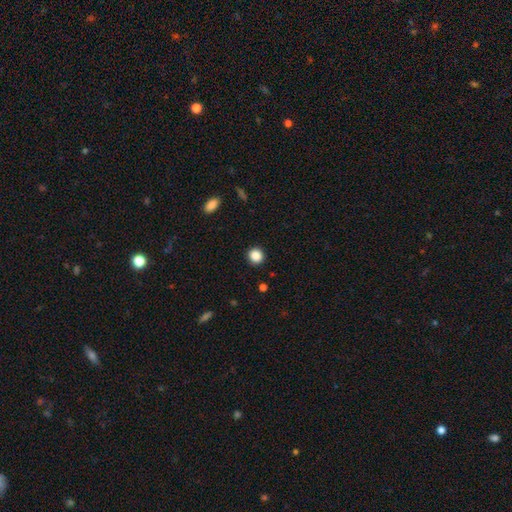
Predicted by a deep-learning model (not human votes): Smooth or featured? smooth (87%)
How rounded? round (92%)
Merging? none (92%)